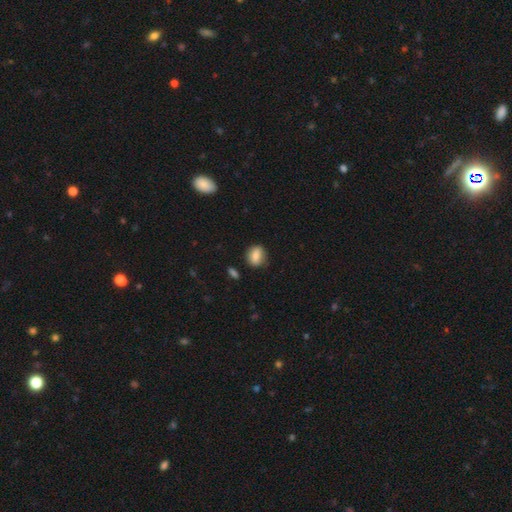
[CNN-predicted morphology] Overall: smooth (78%). How rounded: round (54%; in between 44%). Merging: none (79%).